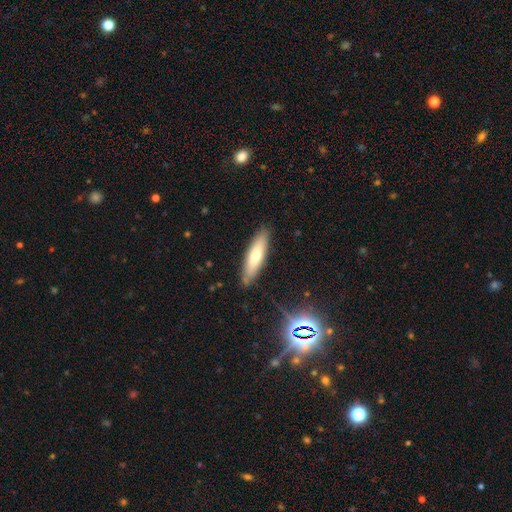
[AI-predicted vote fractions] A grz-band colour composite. It shows a smooth galaxy with no disk features (66%) that is cigar-shaped (66%). Merging: none (85%).